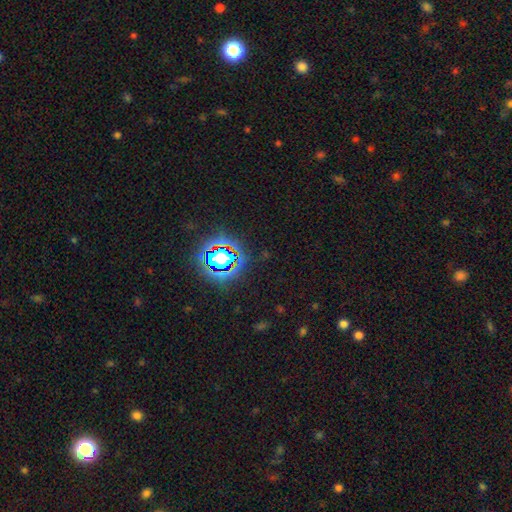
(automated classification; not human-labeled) Smooth or featured: star or artifact — 78% (smooth — 14%)